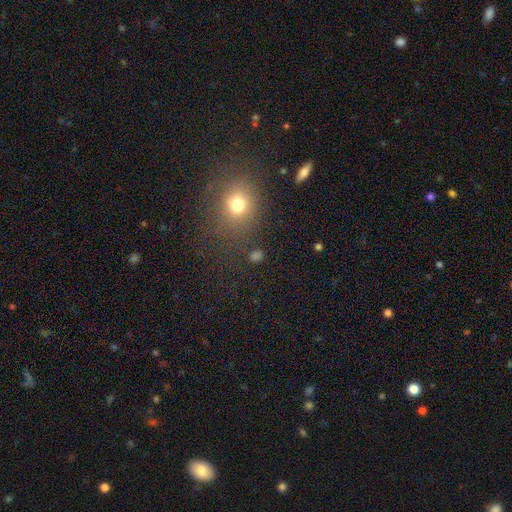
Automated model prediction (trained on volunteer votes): smooth_or_featured: smooth (p=0.65) [alt: star or artifact p=0.26]
how_rounded: round (p=0.72) [alt: in between p=0.26]
merging: none (p=0.78) [alt: minor disturbance p=0.10]